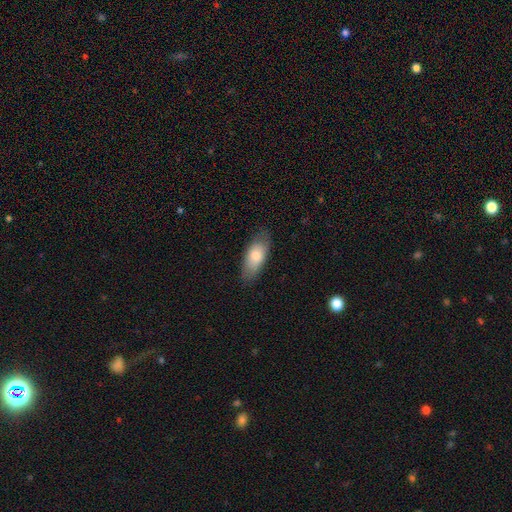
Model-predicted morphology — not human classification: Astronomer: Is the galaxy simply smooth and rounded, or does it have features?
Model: smooth — 76%.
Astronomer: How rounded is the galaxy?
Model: in between — 84%.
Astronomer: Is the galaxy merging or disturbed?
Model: none — 80%.